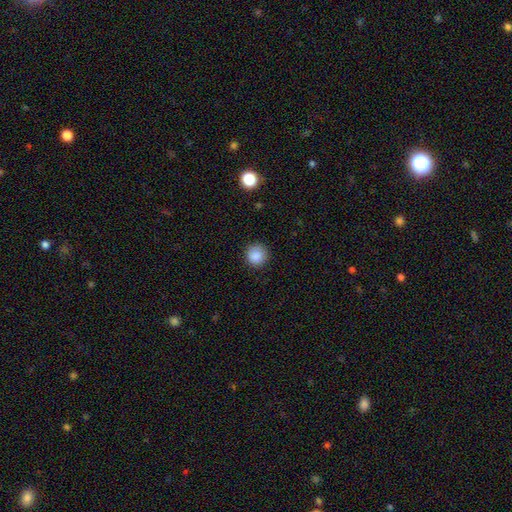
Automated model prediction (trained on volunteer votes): Smooth or featured?
  - smooth: 87% *
  - star or artifact: 9%
  - featured or disk: 4%
How rounded?
  - round: 95% *
  - in between: 5%
  - cigar-shaped: 1%
Merging?
  - none: 88% *
  - minor disturbance: 9%
  - major disturbance: 2%
  - merger: 1%